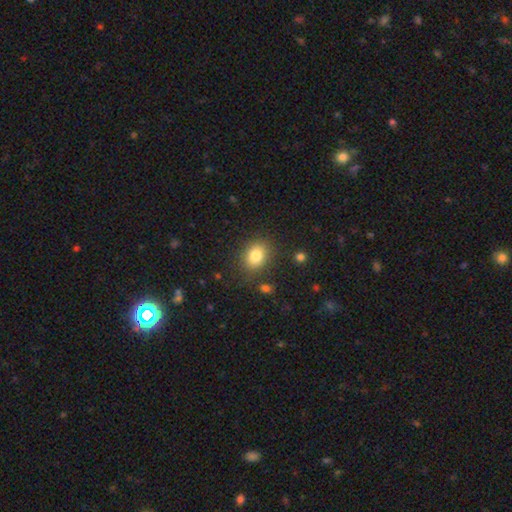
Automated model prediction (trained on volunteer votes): smooth_or_featured: smooth (p=0.82) [alt: star or artifact p=0.10]
how_rounded: in between (p=0.58) [alt: round p=0.41]
merging: none (p=0.83) [alt: minor disturbance p=0.11]